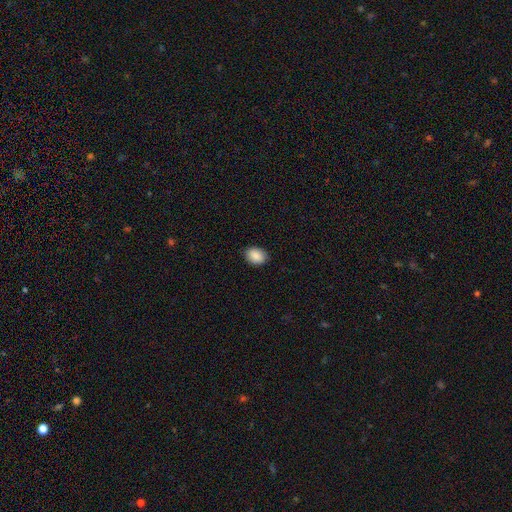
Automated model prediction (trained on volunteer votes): Smooth or featured?
  - smooth: 89% *
  - star or artifact: 7%
  - featured or disk: 4%
How rounded?
  - in between: 72% *
  - round: 27%
  - cigar-shaped: 1%
Merging?
  - none: 88% *
  - minor disturbance: 9%
  - major disturbance: 2%
  - merger: 1%